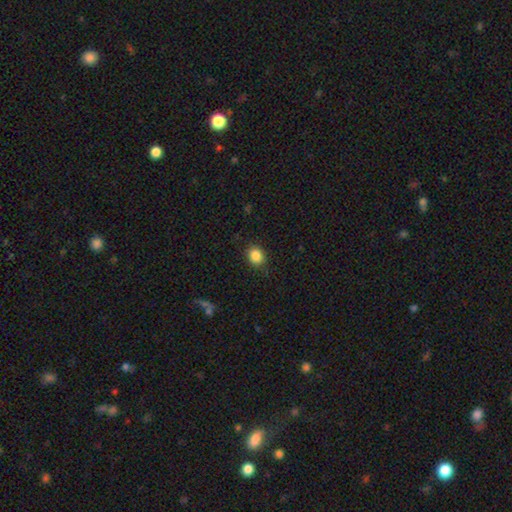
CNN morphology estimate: Q: Smooth or featured?
A: smooth (86%); runner-up: star or artifact (10%)
Q: How rounded?
A: round (63%); runner-up: in between (36%)
Q: Merging?
A: none (86%); runner-up: minor disturbance (10%)